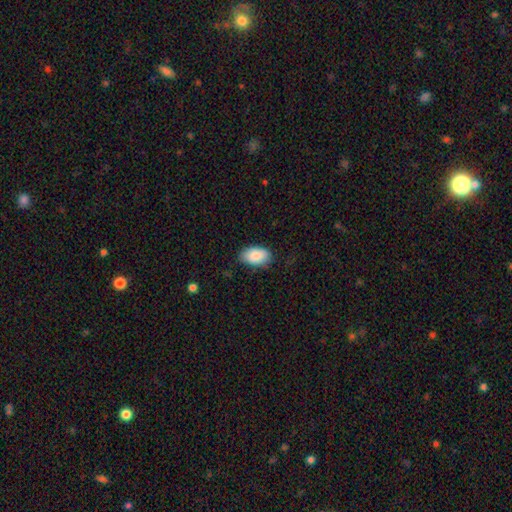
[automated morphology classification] smooth-or-featured: smooth: 84% | featured or disk: 10% | star or artifact: 7%
  how-rounded: in between: 92% | round: 6% | cigar-shaped: 1%
  merging: none: 76% | minor disturbance: 20% | major disturbance: 4% | merger: 1%